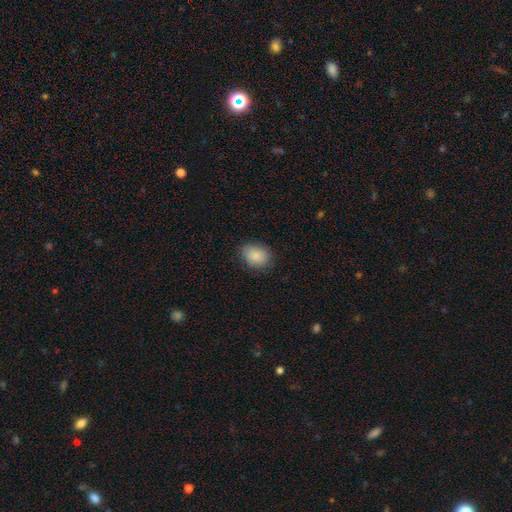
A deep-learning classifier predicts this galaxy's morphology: Smooth or featured? Predicted: smooth (p=0.87). How rounded? Predicted: in between (p=0.57). Merging? Predicted: none (p=0.80).